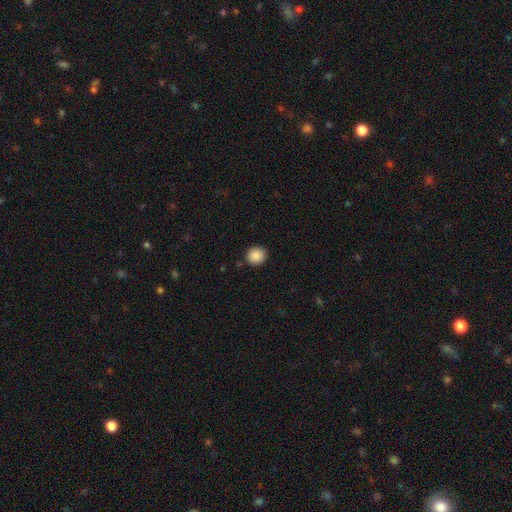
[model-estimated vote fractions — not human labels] This appears to be a smooth galaxy with no disk features (89%) that is round (84%). Merging: none (89%).